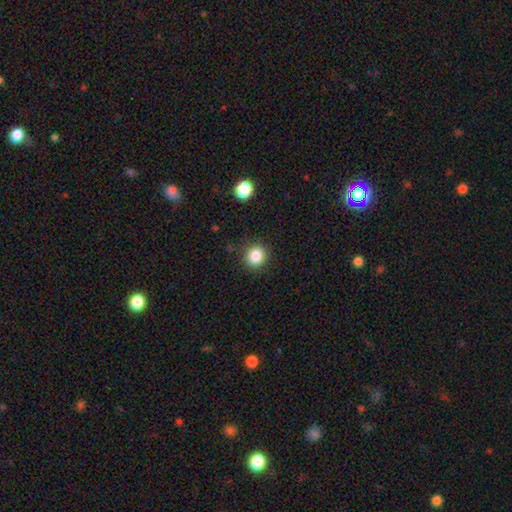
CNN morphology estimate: smooth 84%, star or artifact 11%, featured or disk 5%. Down the decision tree: how rounded — round (88%); merging — none (89%).